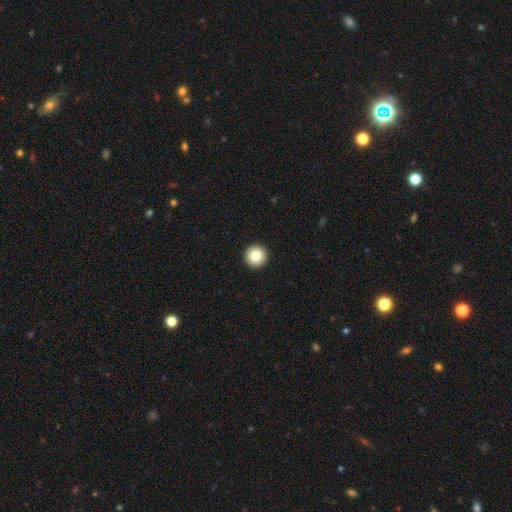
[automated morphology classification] Smooth or featured: smooth — 82% (star or artifact — 9%)
How rounded: round — 97% (in between — 2%)
Merging: none — 94% (minor disturbance — 3%)